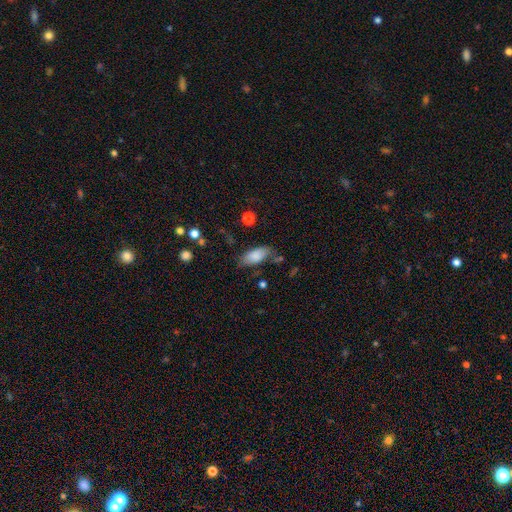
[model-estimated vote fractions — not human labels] The model was most divided on "merging": none: 64%, minor disturbance: 24%, major disturbance: 7%, merger: 5%. More confident: how rounded — in between (88%); smooth or featured — smooth (83%).